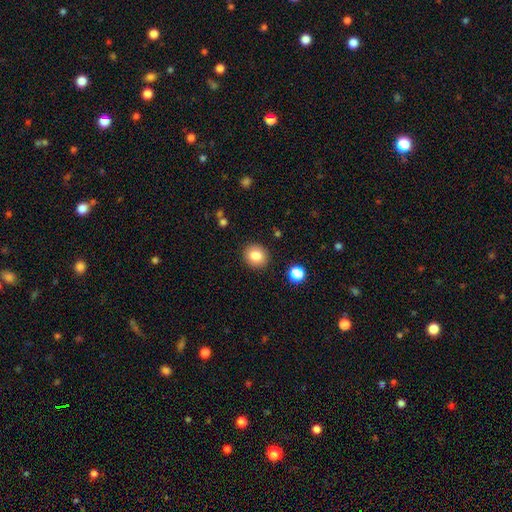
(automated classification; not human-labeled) smooth_or_featured: smooth (p=0.84) [alt: star or artifact p=0.10]
how_rounded: round (p=0.81) [alt: in between p=0.18]
merging: none (p=0.89) [alt: minor disturbance p=0.07]